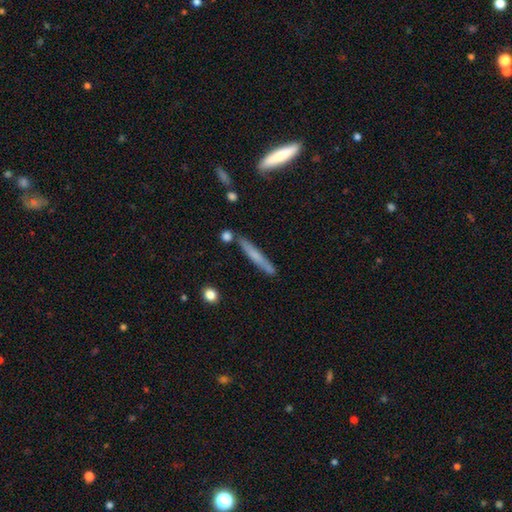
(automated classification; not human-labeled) Q: Smooth or featured?
A: smooth (57%); runner-up: featured or disk (37%)
Q: How rounded?
A: cigar-shaped (95%); runner-up: in between (4%)
Q: Merging?
A: none (80%); runner-up: minor disturbance (12%)